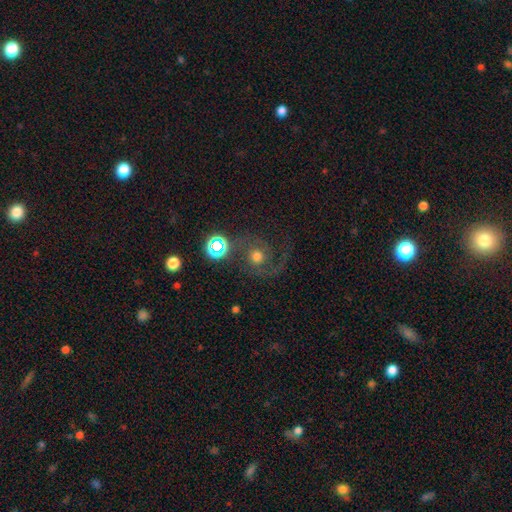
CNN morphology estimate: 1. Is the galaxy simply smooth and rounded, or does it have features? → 59% featured or disk, 22% smooth, 19% star or artifact.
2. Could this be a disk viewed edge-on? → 97% no, 3% yes.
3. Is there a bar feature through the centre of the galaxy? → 76% no, 20% weak, 5% strong.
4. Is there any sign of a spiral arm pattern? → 89% yes, 11% no.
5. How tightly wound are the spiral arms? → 49% medium, 28% loose, 23% tight.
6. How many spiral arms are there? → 66% 2, 22% 1, 7% can't tell, 2% 3, 1% 4, 1% more than 4.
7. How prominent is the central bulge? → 62% moderate, 18% small, 14% large, 3% dominant, 3% none.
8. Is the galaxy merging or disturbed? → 62% none, 15% major disturbance, 13% minor disturbance, 10% merger.